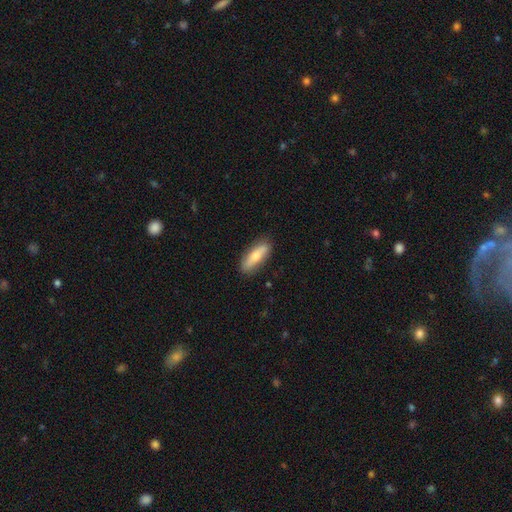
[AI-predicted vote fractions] Smooth or featured: smooth — 64% (featured or disk — 30%)
How rounded: cigar-shaped — 49% (tied with in between — 49%)
Merging: none — 85% (minor disturbance — 12%)